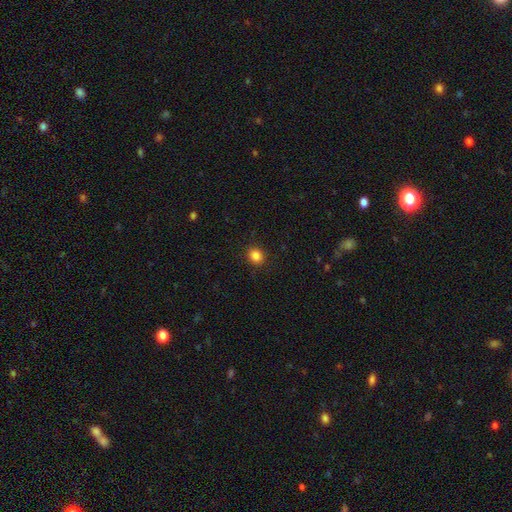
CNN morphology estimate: smooth_or_featured: smooth (p=0.85) [alt: star or artifact p=0.12]
how_rounded: round (p=0.75) [alt: in between p=0.24]
merging: none (p=0.90) [alt: minor disturbance p=0.07]